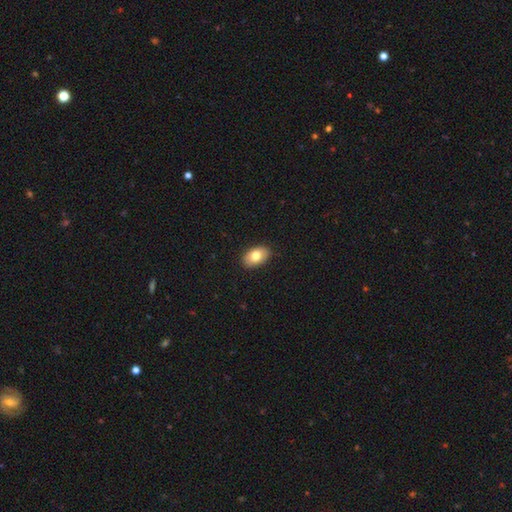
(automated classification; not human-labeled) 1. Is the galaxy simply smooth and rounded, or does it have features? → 77% smooth, 15% featured or disk, 7% star or artifact.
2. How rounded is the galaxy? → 89% in between, 10% round, 1% cigar-shaped.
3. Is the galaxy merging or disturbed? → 89% none, 8% minor disturbance, 2% major disturbance, 1% merger.